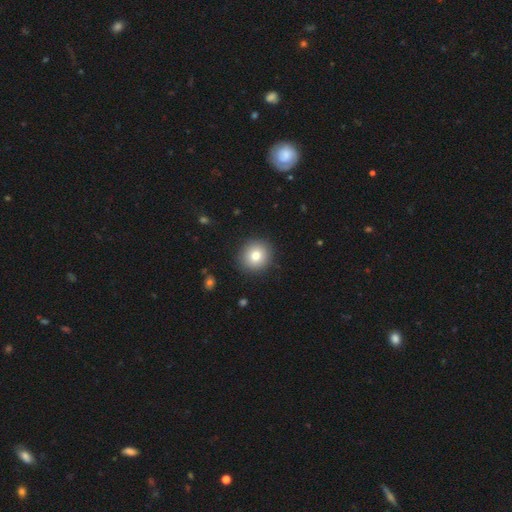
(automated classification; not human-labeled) Smooth or featured?
  - smooth: 80% *
  - featured or disk: 10%
  - star or artifact: 10%
How rounded?
  - round: 90% *
  - in between: 9%
  - cigar-shaped: 1%
Merging?
  - none: 90% *
  - minor disturbance: 7%
  - major disturbance: 2%
  - merger: 1%